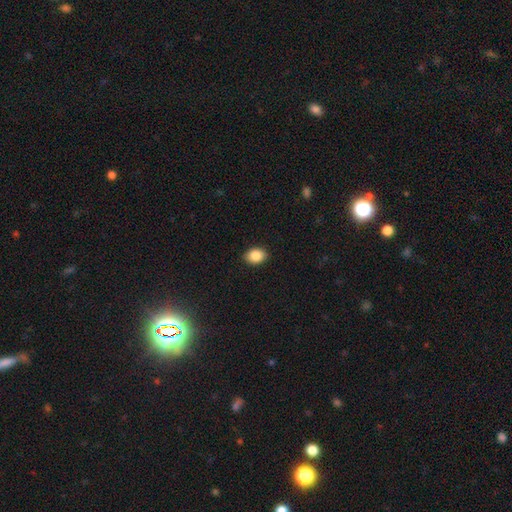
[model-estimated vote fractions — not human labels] smooth_or_featured: smooth (p=0.87) [alt: star or artifact p=0.08]
how_rounded: in between (p=0.73) [alt: round p=0.26]
merging: none (p=0.90) [alt: minor disturbance p=0.08]